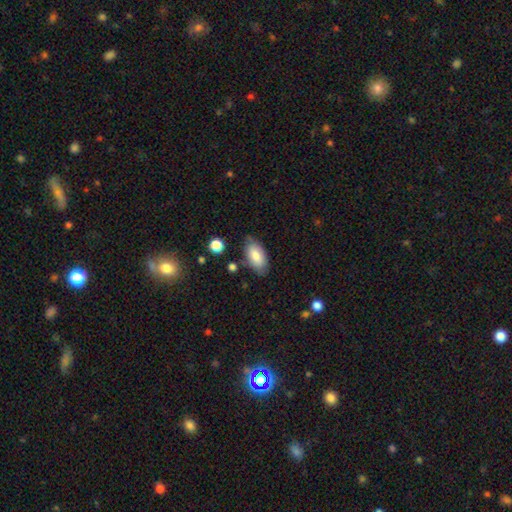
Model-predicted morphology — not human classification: Smooth or featured? smooth (81%)
How rounded? in between (93%)
Merging? none (78%)